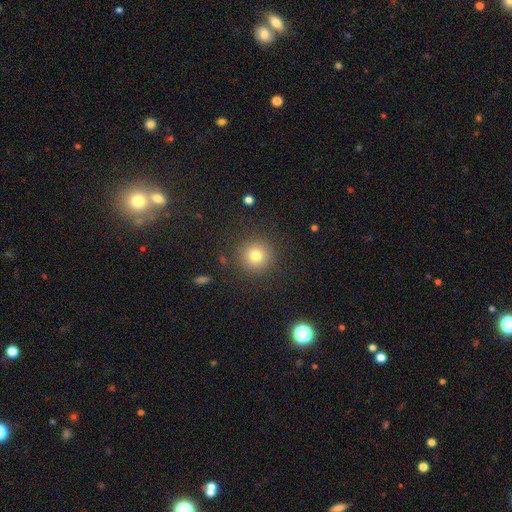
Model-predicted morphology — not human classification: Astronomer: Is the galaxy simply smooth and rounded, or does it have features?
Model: smooth — 78%.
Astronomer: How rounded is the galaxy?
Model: round — 95%.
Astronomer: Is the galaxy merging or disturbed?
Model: none — 88%.